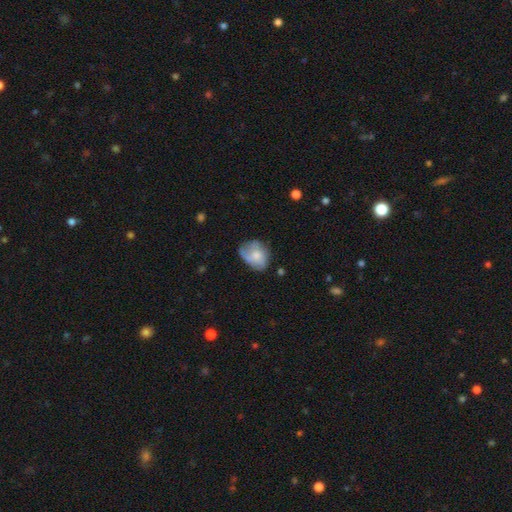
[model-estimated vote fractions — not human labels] Overall: smooth (59%; featured or disk 34%). How rounded: in between (55%; round 44%). Merging: none (46%; minor disturbance 33%).